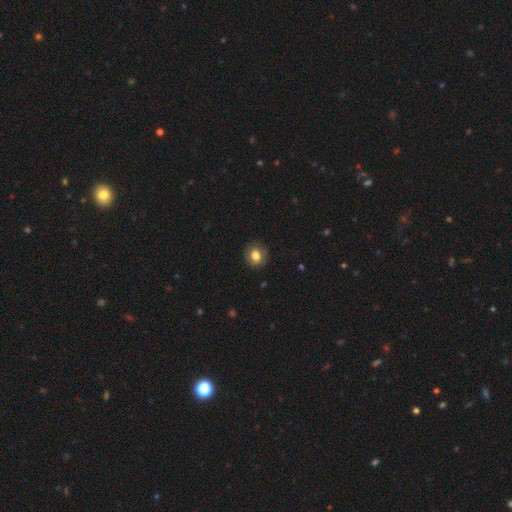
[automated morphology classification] Smooth or featured?
  - smooth: 72% *
  - featured or disk: 19%
  - star or artifact: 9%
How rounded?
  - round: 78% *
  - in between: 21%
  - cigar-shaped: 1%
Merging?
  - none: 87% *
  - minor disturbance: 9%
  - major disturbance: 3%
  - merger: 1%